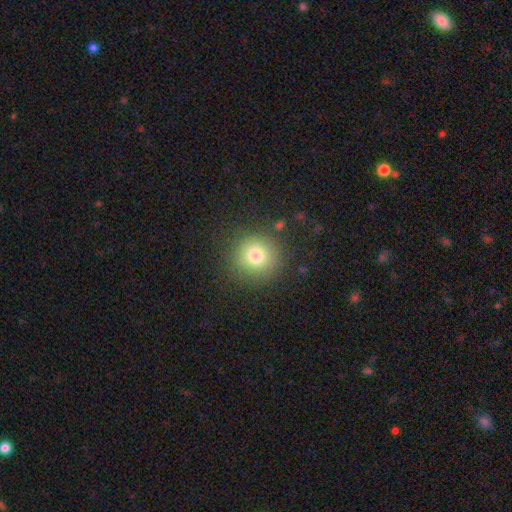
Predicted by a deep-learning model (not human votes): Overall: smooth (78%). How rounded: round (93%). Merging: none (86%).